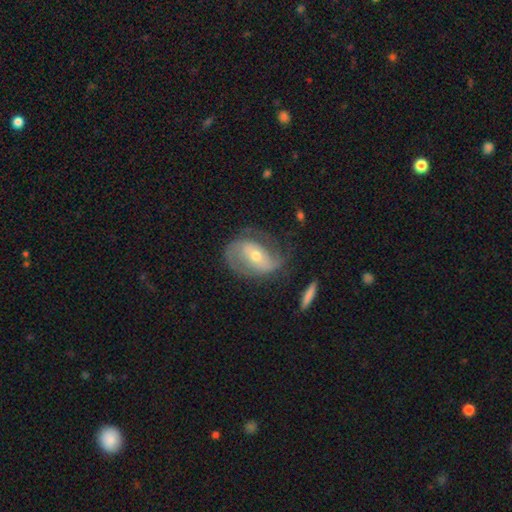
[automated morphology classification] This appears to be a featured or disk galaxy (78%) with a weak bar (38%), 2 (72%) medium (43%) spiral arms (88%) and a moderate central bulge (52%). Merging: none (58%).